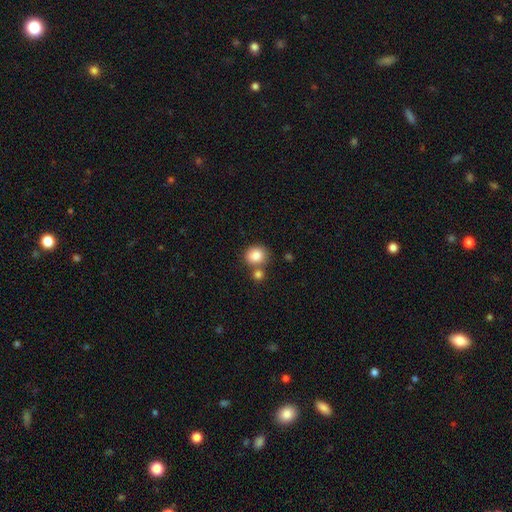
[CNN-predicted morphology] smooth 85%, star or artifact 9%, featured or disk 6%. Down the decision tree: how rounded — round (80%); merging — none (61%).